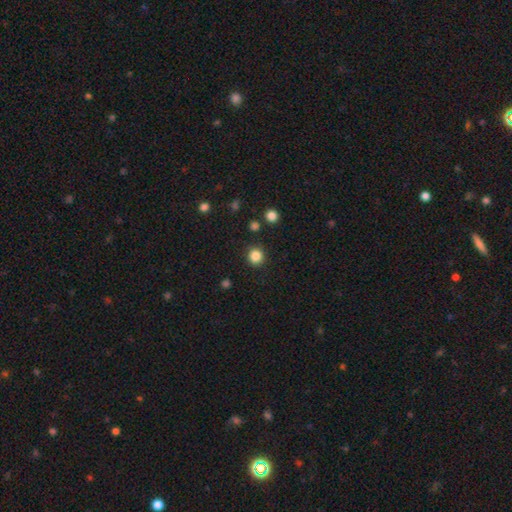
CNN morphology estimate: Smooth or featured?
  - smooth: 85% *
  - star or artifact: 11%
  - featured or disk: 4%
How rounded?
  - round: 88% *
  - in between: 11%
  - cigar-shaped: 1%
Merging?
  - none: 89% *
  - minor disturbance: 7%
  - major disturbance: 2%
  - merger: 2%